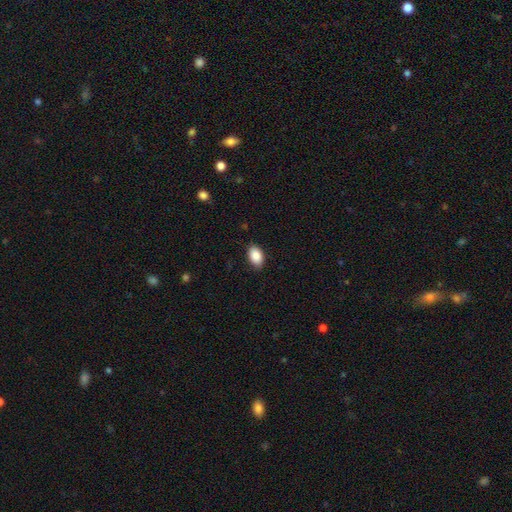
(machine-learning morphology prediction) Smooth or featured?
  - smooth: 89% *
  - star or artifact: 7%
  - featured or disk: 4%
How rounded?
  - in between: 90% *
  - round: 8%
  - cigar-shaped: 1%
Merging?
  - none: 85% *
  - minor disturbance: 12%
  - major disturbance: 2%
  - merger: 1%